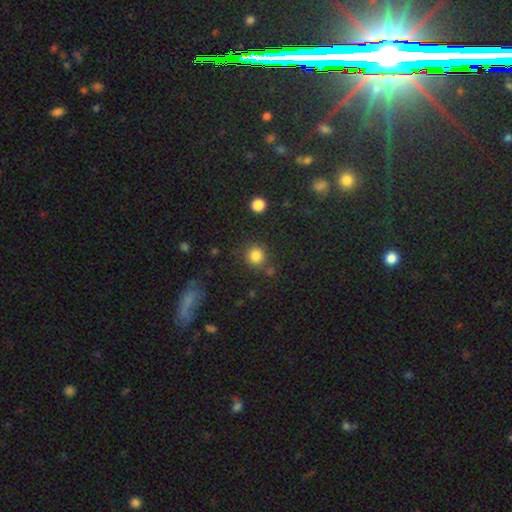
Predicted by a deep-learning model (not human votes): A smooth galaxy with no disk features (83%) that is round (91%).

Vote fractions:
- Smooth or featured? smooth: 83% / star or artifact: 12% / featured or disk: 5%
- How rounded? round: 91% / in between: 8% / cigar-shaped: 1%
- Merging? none: 81% / minor disturbance: 10% / merger: 6% / major disturbance: 4%